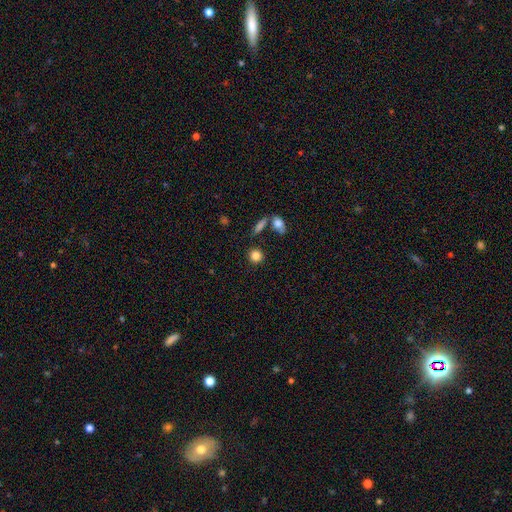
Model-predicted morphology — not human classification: smooth 84%, star or artifact 10%, featured or disk 6%. Down the decision tree: how rounded — round (88%); merging — none (83%).